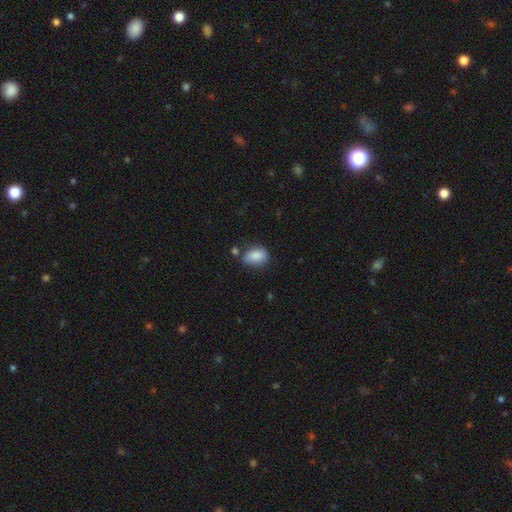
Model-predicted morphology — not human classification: A smooth galaxy with no disk features (85%) that is in between round and cigar-shaped (81%).

Vote fractions:
- Smooth or featured? smooth: 85% / star or artifact: 8% / featured or disk: 7%
- How rounded? in between: 81% / round: 18% / cigar-shaped: 2%
- Merging? none: 61% / minor disturbance: 25% / merger: 8% / major disturbance: 6%